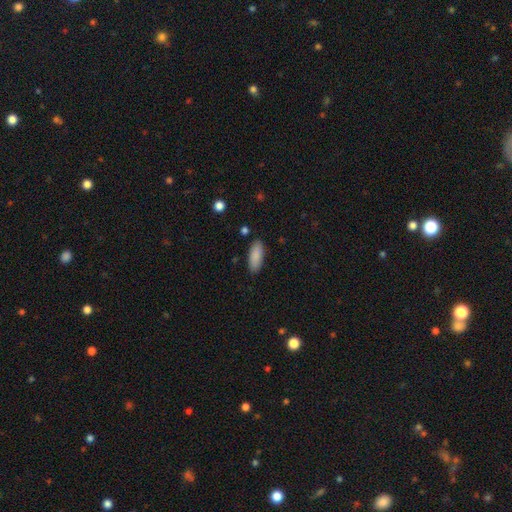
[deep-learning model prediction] Morphology: type=smooth (88%); roundness=in between (75%); merging=none (86%).